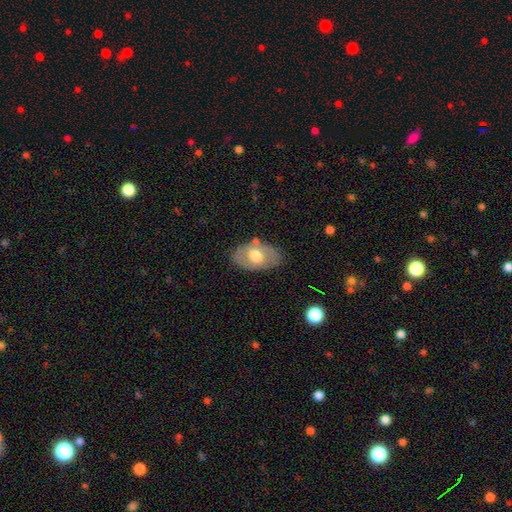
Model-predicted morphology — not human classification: The model was most divided on "smooth or featured": smooth: 52%, featured or disk: 42%, star or artifact: 6%. More confident: how rounded — in between (89%); merging — none (75%).